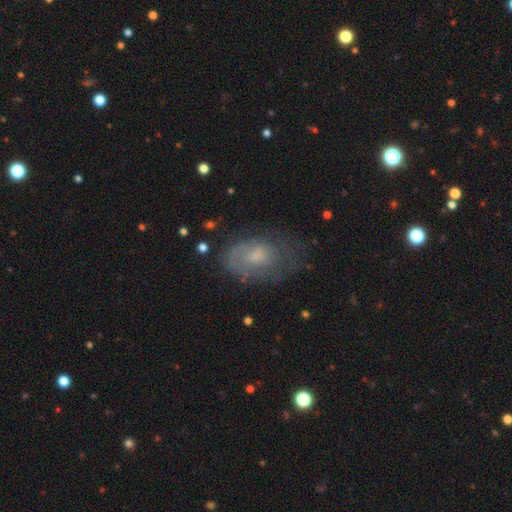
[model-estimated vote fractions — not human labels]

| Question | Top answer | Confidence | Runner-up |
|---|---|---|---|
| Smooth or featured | smooth | 48% | featured or disk (42%) |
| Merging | none | 51% | minor disturbance (27%) |